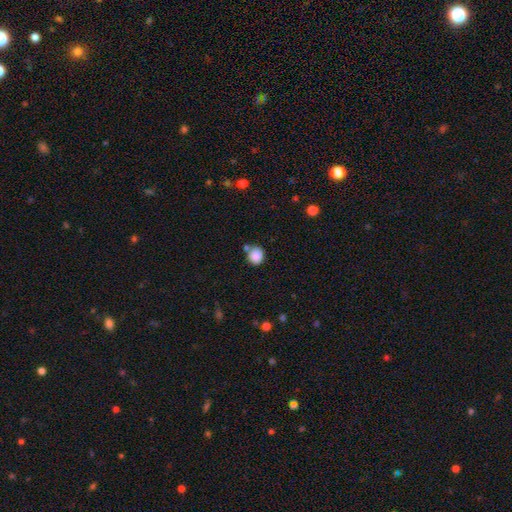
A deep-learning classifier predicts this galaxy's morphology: Smooth or featured? smooth (87%)
How rounded? round (82%)
Merging? none (68%)